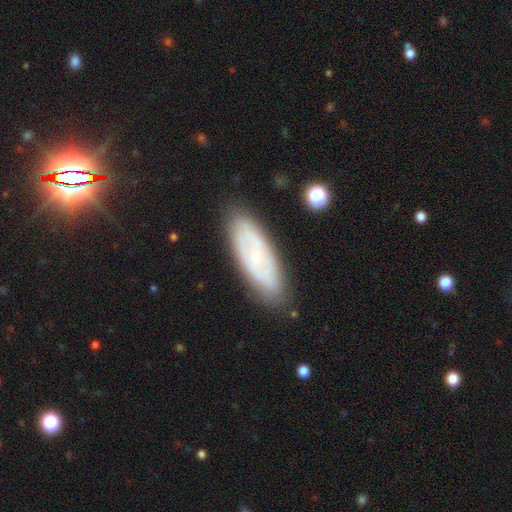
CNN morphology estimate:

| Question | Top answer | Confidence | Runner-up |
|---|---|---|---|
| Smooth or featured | featured or disk | 54% | smooth (38%) |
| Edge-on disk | no | 84% | yes (16%) |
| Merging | none | 82% | minor disturbance (13%) |